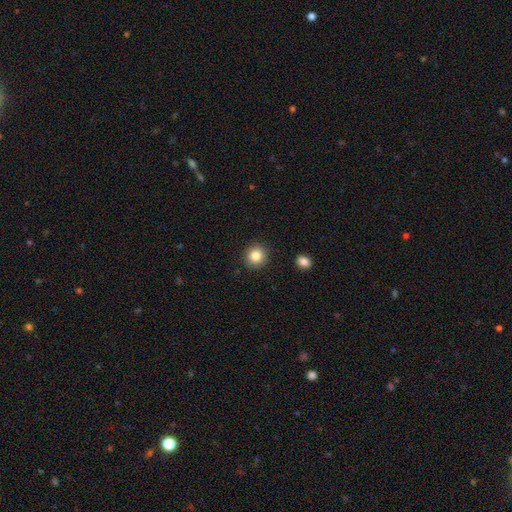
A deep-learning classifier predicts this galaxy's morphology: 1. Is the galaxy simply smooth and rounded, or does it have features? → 85% smooth, 10% star or artifact, 5% featured or disk.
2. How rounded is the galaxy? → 90% round, 9% in between, 1% cigar-shaped.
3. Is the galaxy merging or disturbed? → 90% none, 6% minor disturbance, 2% major disturbance, 2% merger.